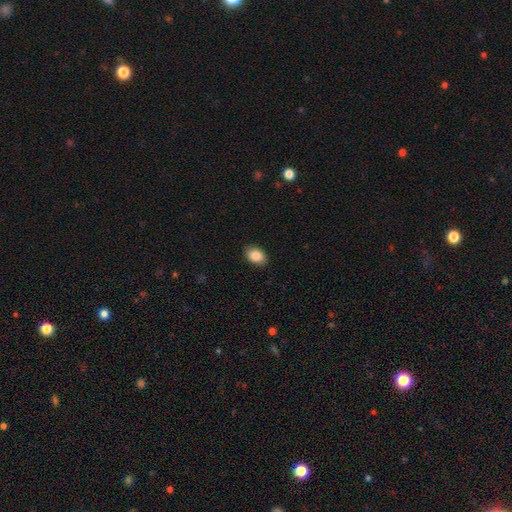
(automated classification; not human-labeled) Smooth or featured? Predicted: smooth (p=0.87). How rounded? Predicted: in between (p=0.83). Merging? Predicted: none (p=0.88).